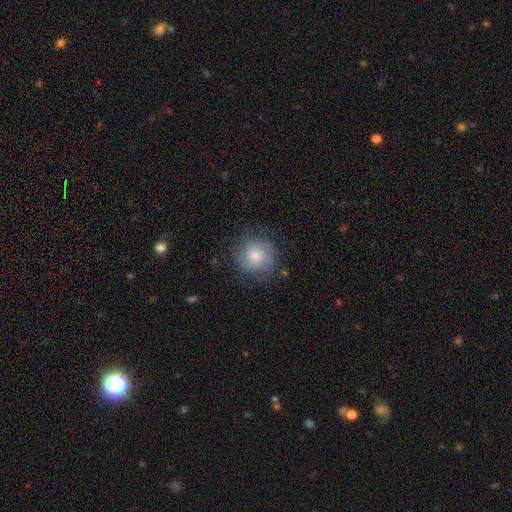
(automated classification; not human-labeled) A smooth galaxy with no disk features (54%) that is round (88%).

Vote fractions:
- Smooth or featured? smooth: 54% / featured or disk: 38% / star or artifact: 8%
- How rounded? round: 88% / in between: 11% / cigar-shaped: 1%
- Merging? none: 72% / minor disturbance: 19% / major disturbance: 8% / merger: 1%